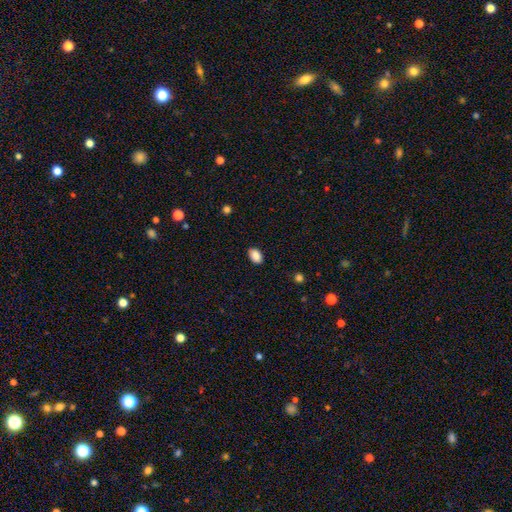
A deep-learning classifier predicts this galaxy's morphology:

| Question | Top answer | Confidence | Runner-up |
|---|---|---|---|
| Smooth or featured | smooth | 89% | star or artifact (8%) |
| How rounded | in between | 89% | round (10%) |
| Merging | none | 87% | minor disturbance (10%) |